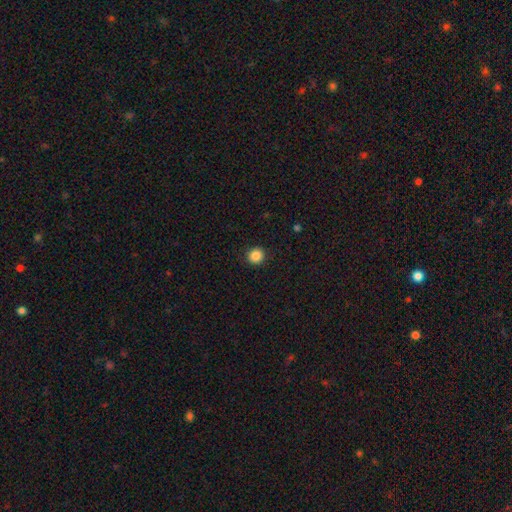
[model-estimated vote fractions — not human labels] smooth_or_featured: smooth (p=0.87) [alt: star or artifact p=0.10]
how_rounded: round (p=0.93) [alt: in between p=0.06]
merging: none (p=0.92) [alt: minor disturbance p=0.05]